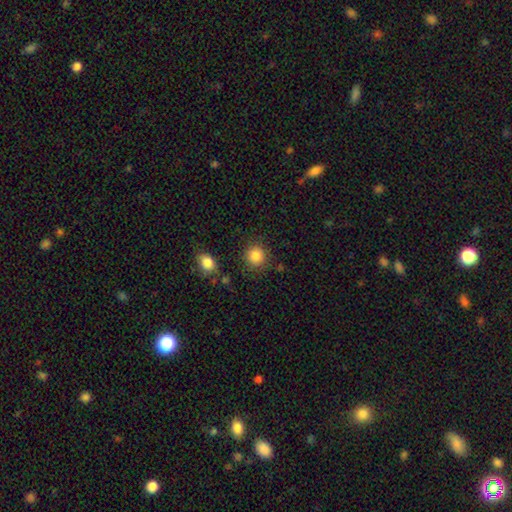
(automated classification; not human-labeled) Morphology: type=smooth (86%); roundness=round (89%); merging=none (85%).